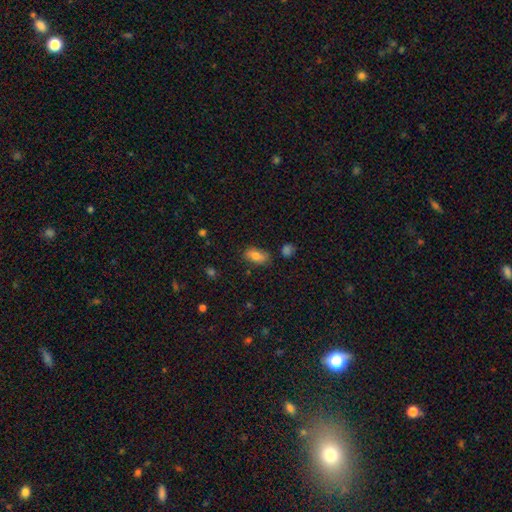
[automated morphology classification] Q: Smooth or featured?
A: smooth (78%); runner-up: featured or disk (14%)
Q: How rounded?
A: in between (90%); runner-up: cigar-shaped (6%)
Q: Merging?
A: none (79%); runner-up: minor disturbance (15%)